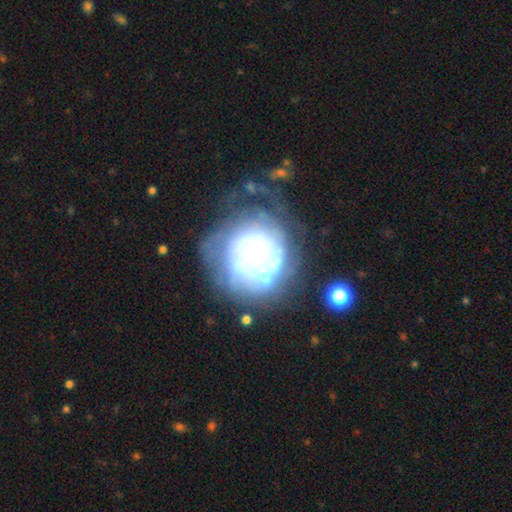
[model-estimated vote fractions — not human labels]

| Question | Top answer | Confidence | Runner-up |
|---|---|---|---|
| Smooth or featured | featured or disk | 68% | smooth (23%) |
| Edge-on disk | no | 97% | yes (3%) |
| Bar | no | 83% | weak (13%) |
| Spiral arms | yes | 64% | no (36%) |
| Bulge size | large | 40% | moderate (38%) |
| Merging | none | 47% | major disturbance (25%) |